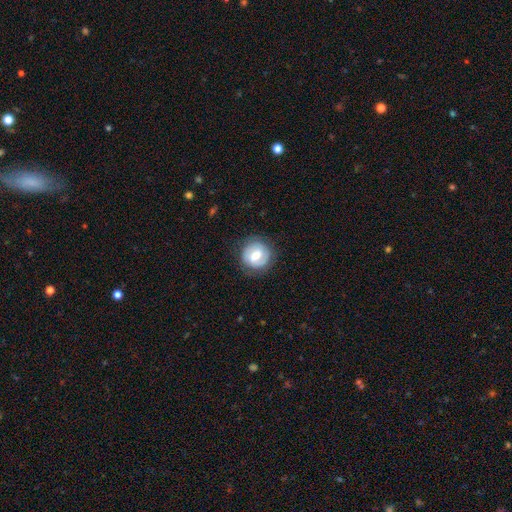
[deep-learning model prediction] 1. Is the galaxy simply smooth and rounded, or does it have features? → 55% featured or disk, 38% smooth, 7% star or artifact.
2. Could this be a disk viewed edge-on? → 97% no, 3% yes.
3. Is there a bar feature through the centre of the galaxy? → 53% weak, 25% strong, 22% no.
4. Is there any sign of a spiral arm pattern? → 71% yes, 29% no.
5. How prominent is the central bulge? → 70% moderate, 17% small, 11% large, 1% none, 1% dominant.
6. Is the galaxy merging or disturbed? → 82% none, 12% minor disturbance, 5% major disturbance, 1% merger.